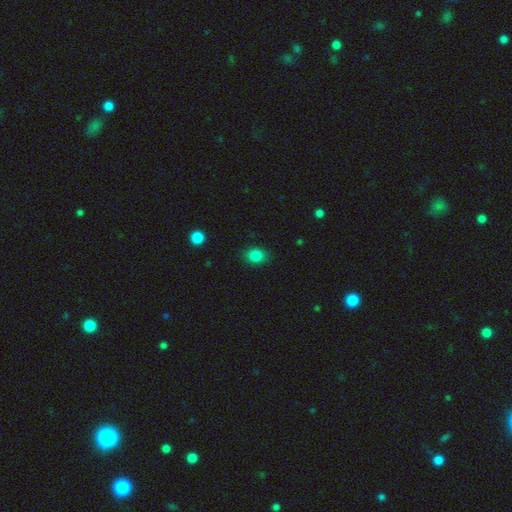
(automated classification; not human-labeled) This is clearly a smooth galaxy (85%). How rounded: possibly round (51%). Merging: clearly none (85%).